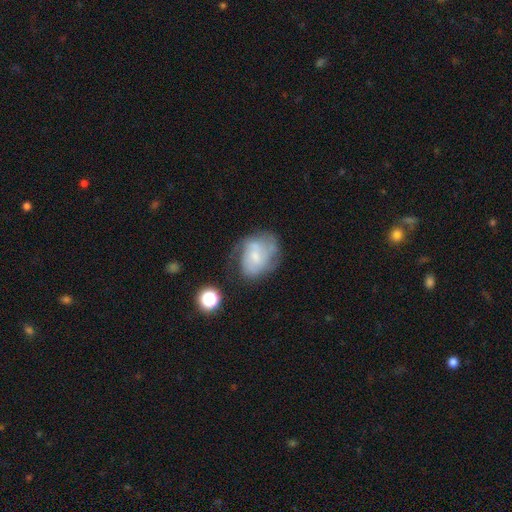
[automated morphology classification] featured or disk 54%, smooth 37%, star or artifact 9%. Down the decision tree: edge-on disk — no (97%); bar — no (61%); spiral arms — yes (68%); bulge size — small (55%); merging — none (42%).